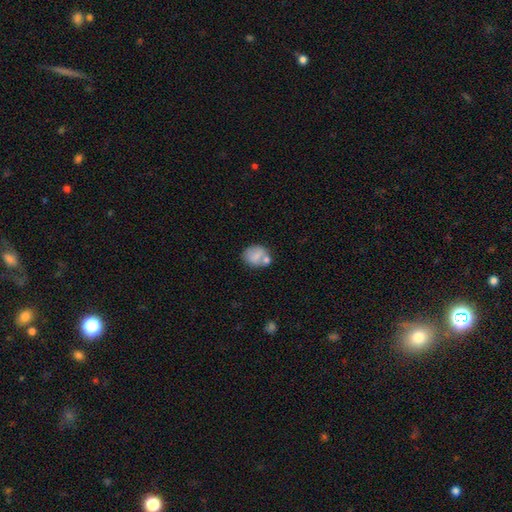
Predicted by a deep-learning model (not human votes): Q: Smooth or featured?
A: smooth (74%); runner-up: featured or disk (18%)
Q: How rounded?
A: round (55%); runner-up: in between (44%)
Q: Merging?
A: none (51%); runner-up: merger (25%)